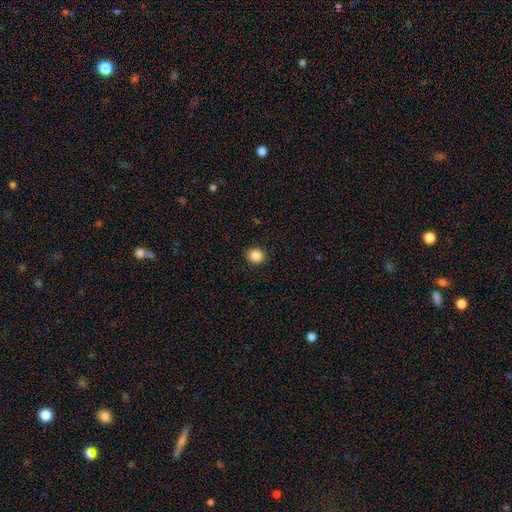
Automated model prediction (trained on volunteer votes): smooth 86%, star or artifact 10%, featured or disk 4%. Down the decision tree: how rounded — round (75%); merging — none (92%).